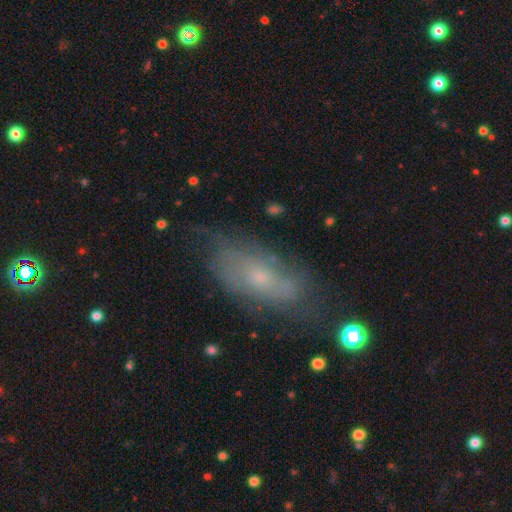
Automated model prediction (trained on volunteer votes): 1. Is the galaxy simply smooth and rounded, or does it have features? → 48% featured or disk, 36% smooth, 16% star or artifact.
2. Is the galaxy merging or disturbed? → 73% none, 18% minor disturbance, 6% major disturbance, 2% merger.